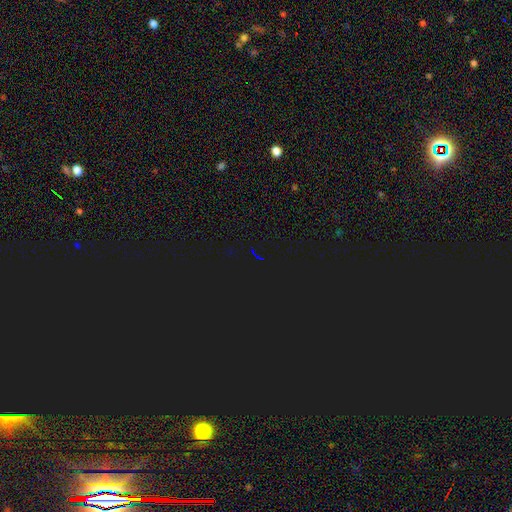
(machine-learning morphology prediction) Smooth or featured? Predicted: star or artifact (p=0.82).